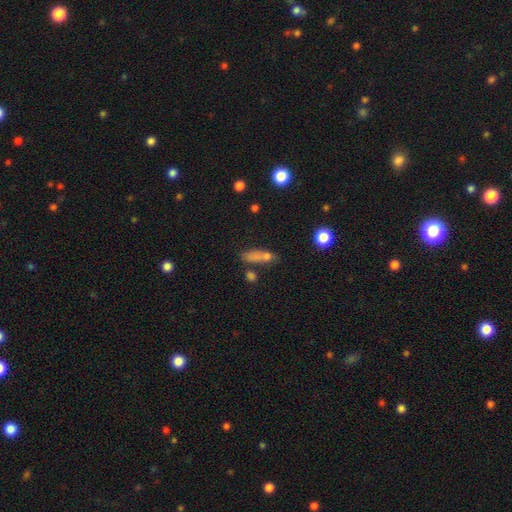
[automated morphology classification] This appears to be a smooth galaxy with no disk features (69%) that is cigar-shaped (49%). Merging: none (54%).